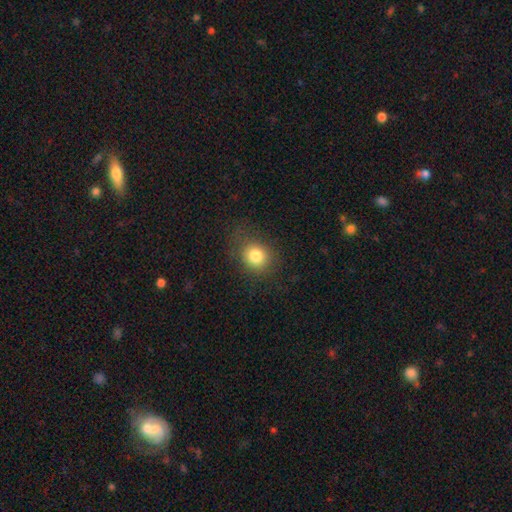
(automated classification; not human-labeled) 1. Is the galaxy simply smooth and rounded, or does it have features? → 82% smooth, 11% star or artifact, 7% featured or disk.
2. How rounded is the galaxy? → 77% round, 22% in between, 1% cigar-shaped.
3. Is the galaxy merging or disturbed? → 80% none, 13% minor disturbance, 6% major disturbance, 1% merger.